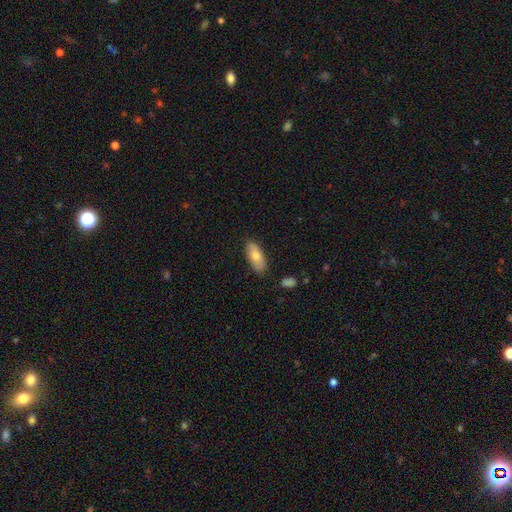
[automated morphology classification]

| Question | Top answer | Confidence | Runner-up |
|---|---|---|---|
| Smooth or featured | smooth | 77% | featured or disk (17%) |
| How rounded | in between | 84% | cigar-shaped (14%) |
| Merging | none | 82% | minor disturbance (14%) |